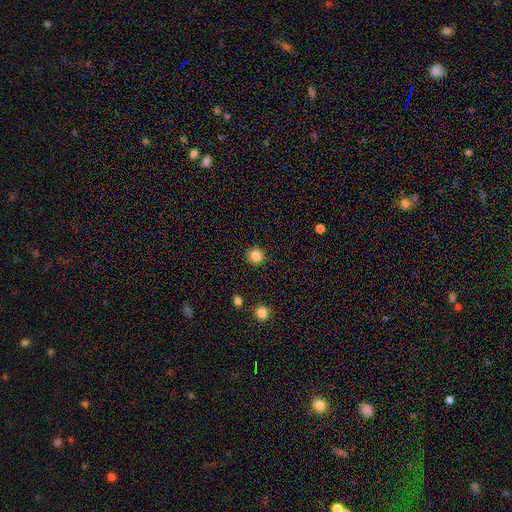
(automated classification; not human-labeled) The model was most divided on "smooth or featured": smooth: 85%, star or artifact: 11%, featured or disk: 4%. More confident: how rounded — round (94%); merging — none (92%).